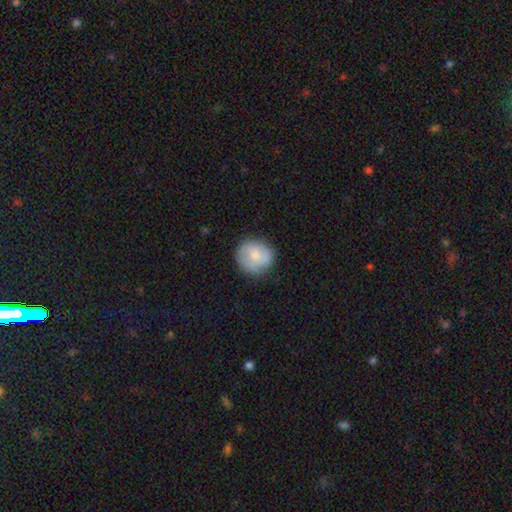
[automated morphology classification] The model was most divided on "smooth or featured": smooth: 73%, featured or disk: 21%, star or artifact: 7%. More confident: how rounded — round (84%); merging — none (76%).